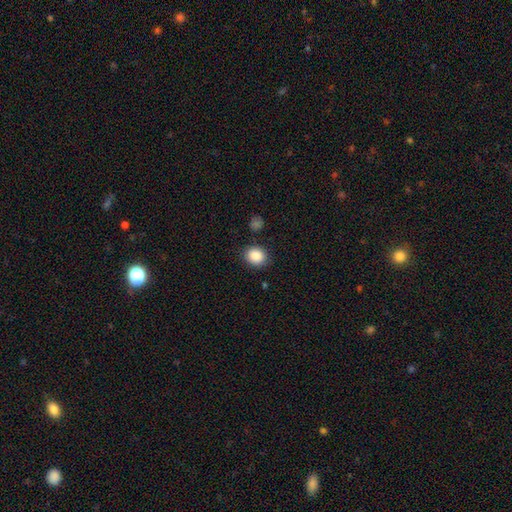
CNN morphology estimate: This appears to be a smooth galaxy with no disk features (88%) that is round (67%). Merging: none (85%).